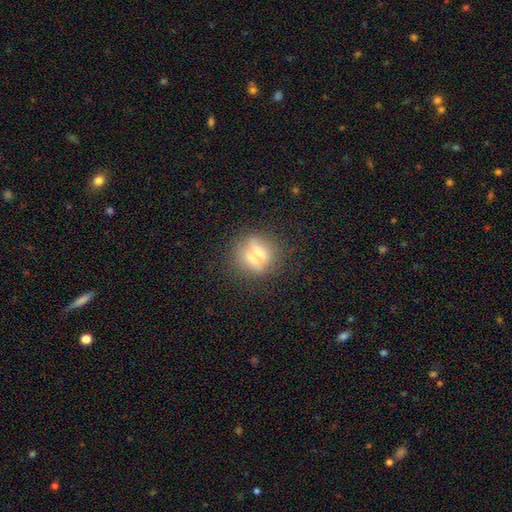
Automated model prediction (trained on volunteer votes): Smooth or featured: smooth — 54% (featured or disk — 32%)
How rounded: round — 77% (in between — 19%)
Merging: none — 59% (minor disturbance — 17%)